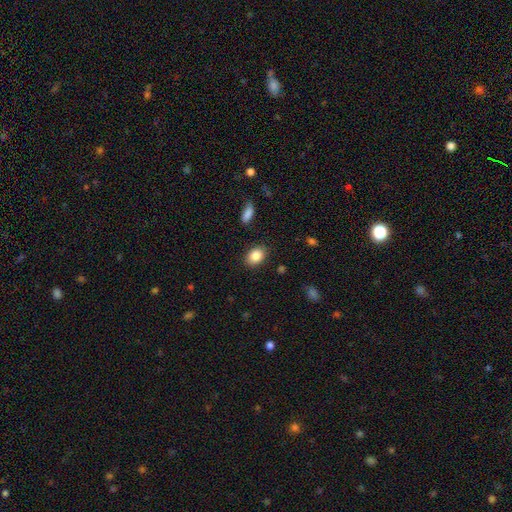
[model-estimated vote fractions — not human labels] Q: Smooth or featured?
A: smooth (86%); runner-up: star or artifact (8%)
Q: How rounded?
A: in between (74%); runner-up: round (24%)
Q: Merging?
A: none (86%); runner-up: minor disturbance (9%)